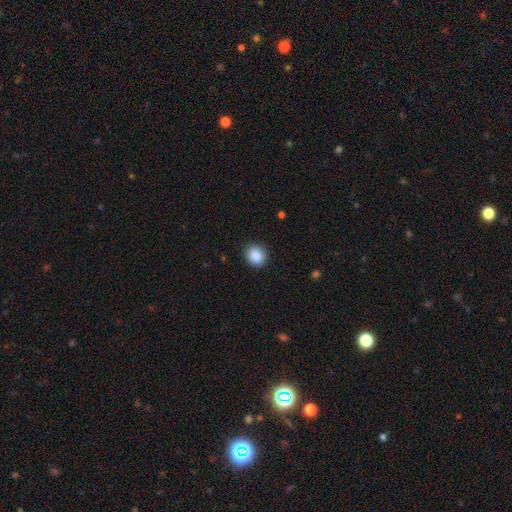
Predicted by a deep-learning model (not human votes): Smooth or featured: smooth — 89% (star or artifact — 8%)
How rounded: round — 77% (in between — 22%)
Merging: none — 89% (minor disturbance — 8%)